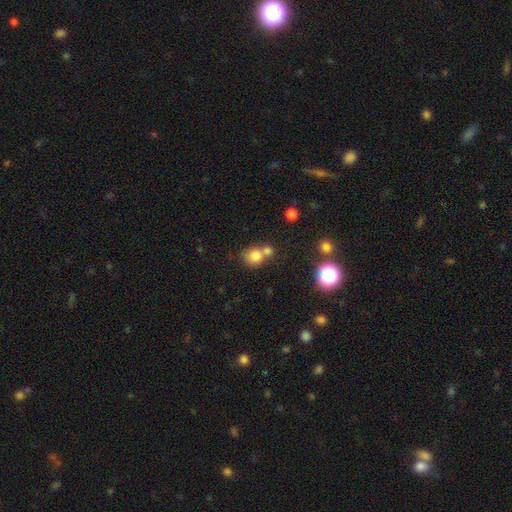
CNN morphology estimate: A smooth galaxy with no disk features (78%) that is round (78%). Merging: none (44%, tied with merger).